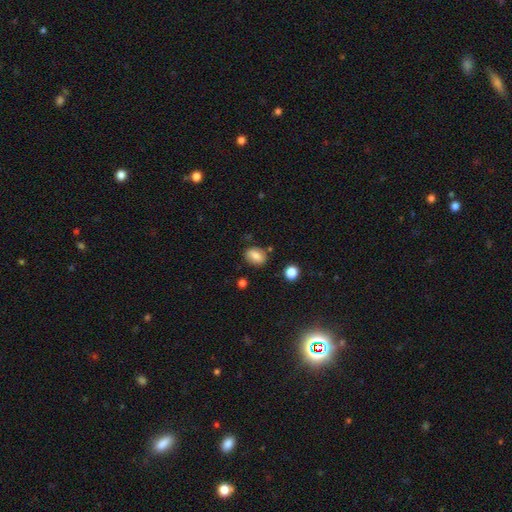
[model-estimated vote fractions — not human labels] This appears to be a smooth galaxy with no disk features (78%) that is in between round and cigar-shaped (69%). Merging: none (80%).